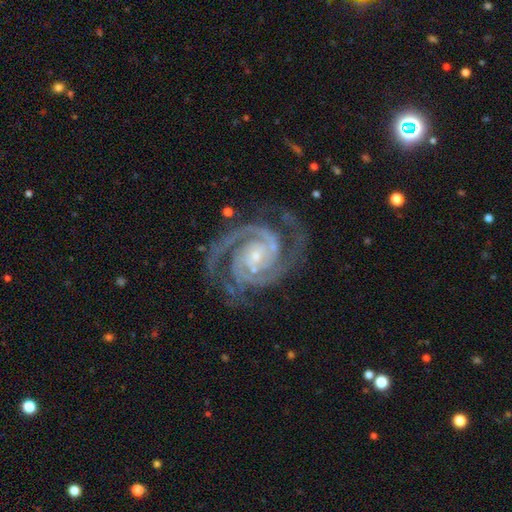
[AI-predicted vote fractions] A featured or disk galaxy (94%) with no bar (59%), 2 (72%) tight (66%) spiral arms (99%) and a small central bulge (76%). Merging: none (76%).